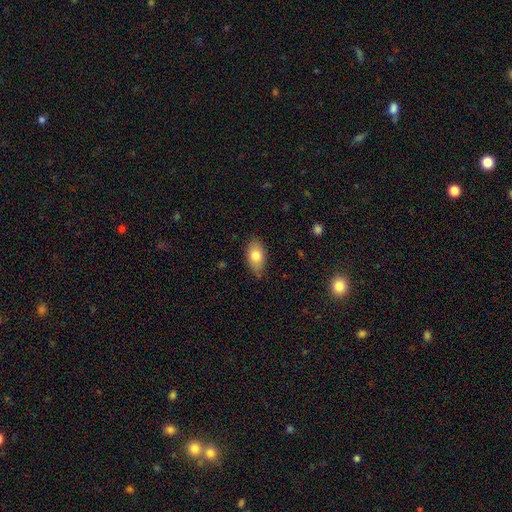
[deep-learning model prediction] The model was most divided on "merging": none: 79%, minor disturbance: 17%, major disturbance: 3%, merger: 1%. More confident: how rounded — in between (91%); smooth or featured — smooth (80%).